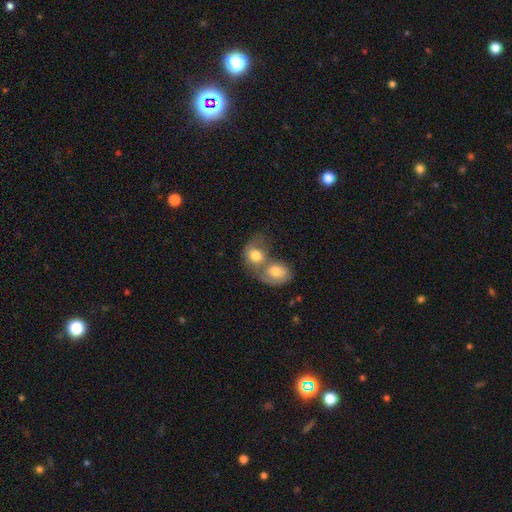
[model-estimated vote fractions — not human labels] Smooth or featured?
  - smooth: 69% *
  - featured or disk: 24%
  - star or artifact: 7%
How rounded?
  - in between: 53% *
  - round: 46%
  - cigar-shaped: 1%
Merging?
  - merger: 77% *
  - none: 10%
  - major disturbance: 7%
  - minor disturbance: 6%